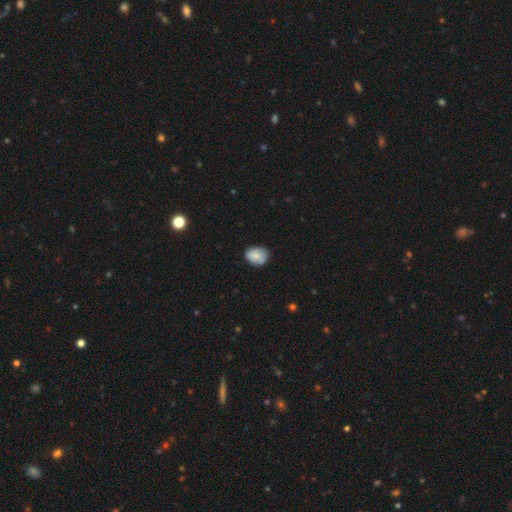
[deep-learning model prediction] smooth 80%, featured or disk 12%, star or artifact 8%. Down the decision tree: how rounded — in between (55%); merging — none (66%).